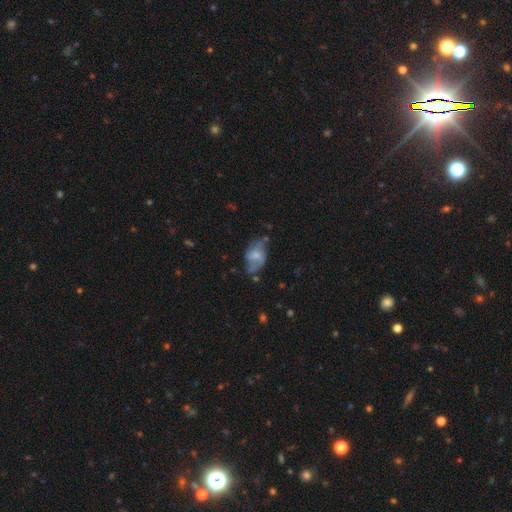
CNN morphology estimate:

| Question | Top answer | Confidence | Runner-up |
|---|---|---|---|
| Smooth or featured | featured or disk | 48% | smooth (43%) |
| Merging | none | 45% | minor disturbance (31%) |